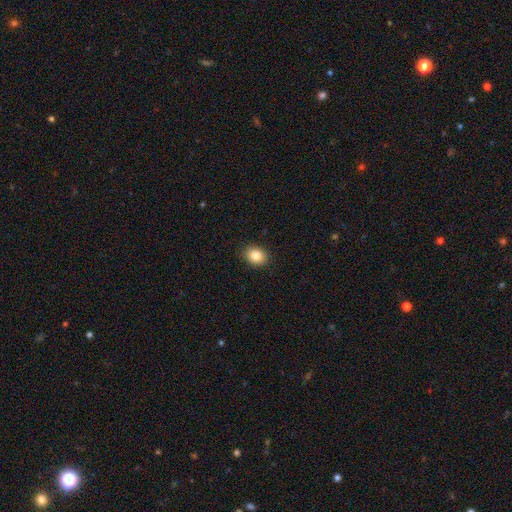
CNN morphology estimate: Smooth or featured: smooth — 84% (star or artifact — 9%)
How rounded: in between — 55% (round — 44%)
Merging: none — 90% (minor disturbance — 7%)